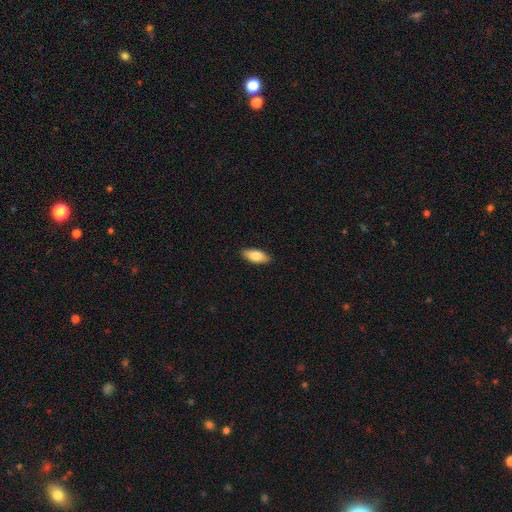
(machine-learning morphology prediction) The model was most divided on "smooth or featured": smooth: 82%, featured or disk: 12%, star or artifact: 6%. More confident: merging — none (89%); how rounded — in between (85%).